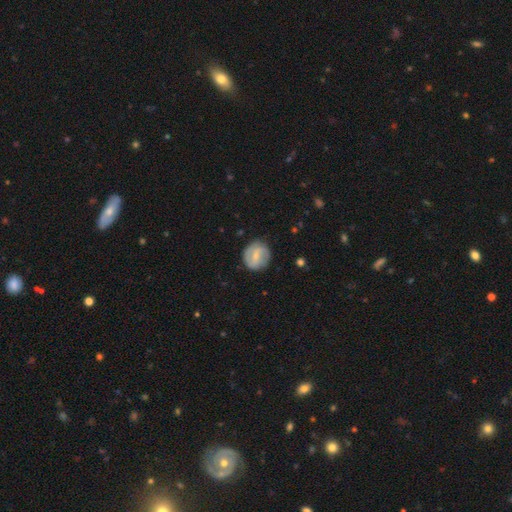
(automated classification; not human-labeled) featured or disk 53%, smooth 41%, star or artifact 6%. Down the decision tree: edge-on disk — no (96%); bar — weak (49%); spiral arms — yes (70%); bulge size — small (62%); merging — none (82%).